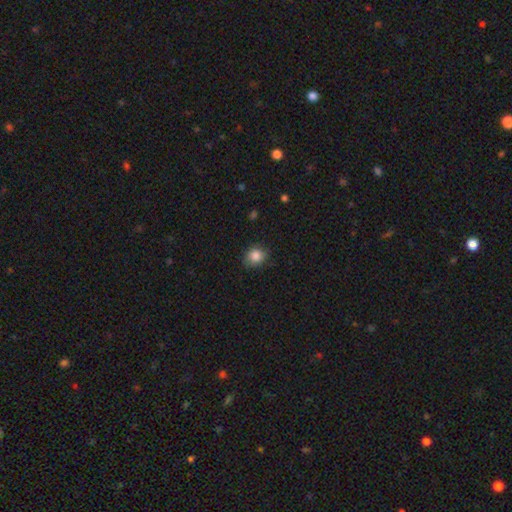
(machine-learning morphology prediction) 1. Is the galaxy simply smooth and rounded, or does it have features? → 85% smooth, 9% star or artifact, 5% featured or disk.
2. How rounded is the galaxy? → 69% round, 30% in between, 1% cigar-shaped.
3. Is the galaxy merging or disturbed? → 83% none, 14% minor disturbance, 3% major disturbance, 1% merger.